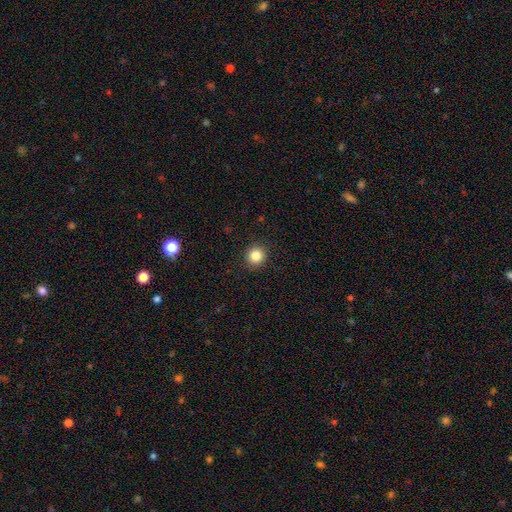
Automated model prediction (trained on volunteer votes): smooth 85%, star or artifact 11%, featured or disk 5%. Down the decision tree: how rounded — round (90%); merging — none (92%).